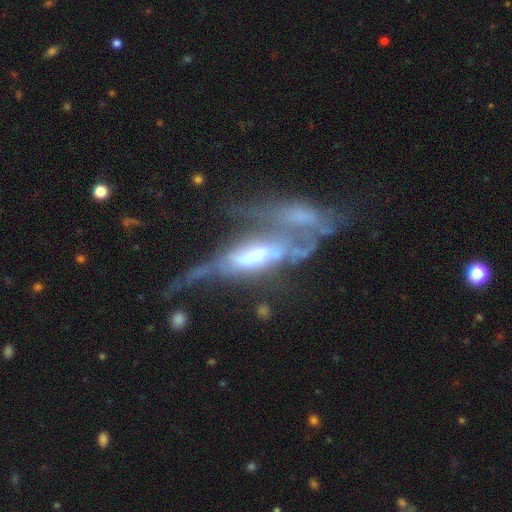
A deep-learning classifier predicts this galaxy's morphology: Overall: featured or disk (67%). Edge-on disk: no (77%). Bar: no (53%; weak 27%). Spiral arms: no (59%; yes 41%). Bulge size: moderate (41%; large 27%). Merging: major disturbance (41%; merger 38%).